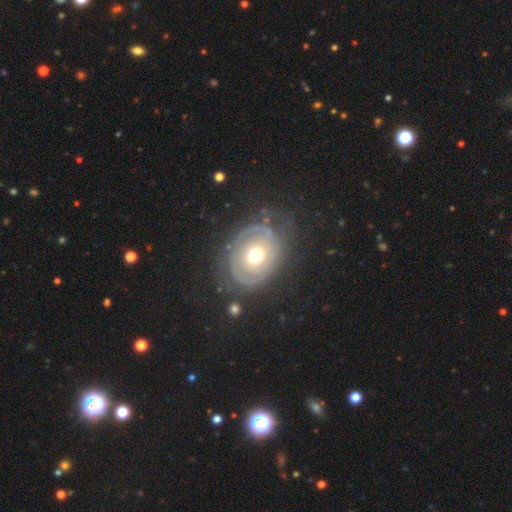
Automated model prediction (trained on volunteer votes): smooth_or_featured: featured or disk (p=0.70) [alt: smooth p=0.23]
disk_edge_on: no (p=0.96) [alt: yes p=0.04]
bar: no (p=0.82) [alt: weak p=0.13]
has_spiral_arms: yes (p=0.68) [alt: no p=0.32]
bulge_size: moderate (p=0.74) [alt: large p=0.12]
merging: none (p=0.67) [alt: minor disturbance p=0.18]